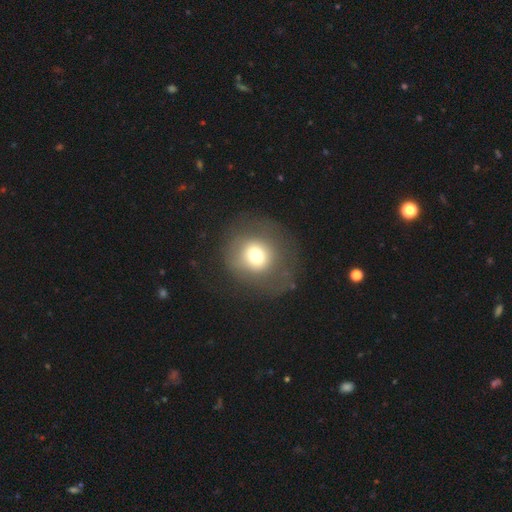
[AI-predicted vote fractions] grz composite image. It shows a smooth galaxy with no disk features (66%) that is round (88%). Merging: none (62%).